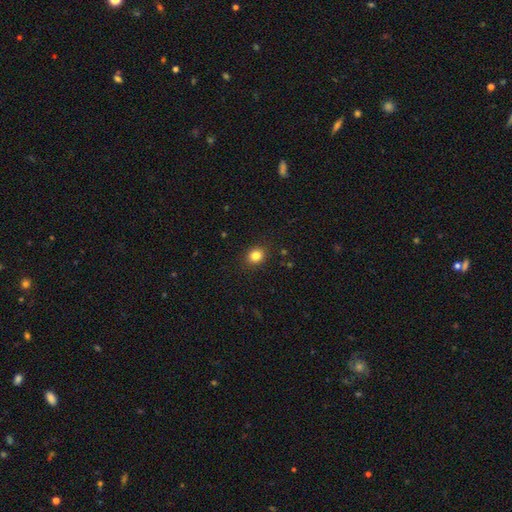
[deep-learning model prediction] Smooth or featured?
  - smooth: 83% *
  - star or artifact: 12%
  - featured or disk: 6%
How rounded?
  - round: 70% *
  - in between: 29%
  - cigar-shaped: 1%
Merging?
  - none: 90% *
  - minor disturbance: 7%
  - major disturbance: 2%
  - merger: 1%